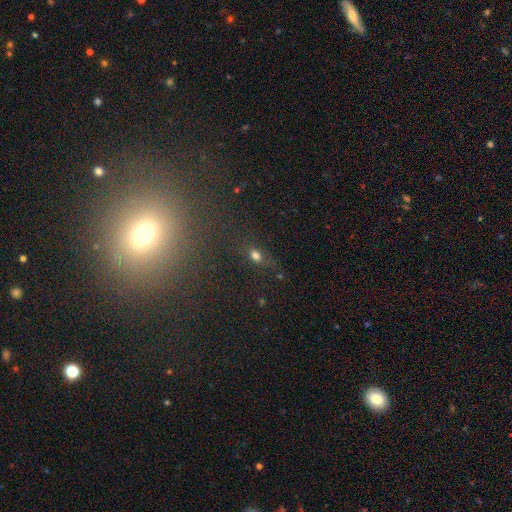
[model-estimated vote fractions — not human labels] Smooth or featured?
  - smooth: 69% *
  - star or artifact: 21%
  - featured or disk: 11%
How rounded?
  - in between: 64% *
  - round: 24%
  - cigar-shaped: 11%
Merging?
  - none: 69% *
  - minor disturbance: 16%
  - major disturbance: 8%
  - merger: 7%